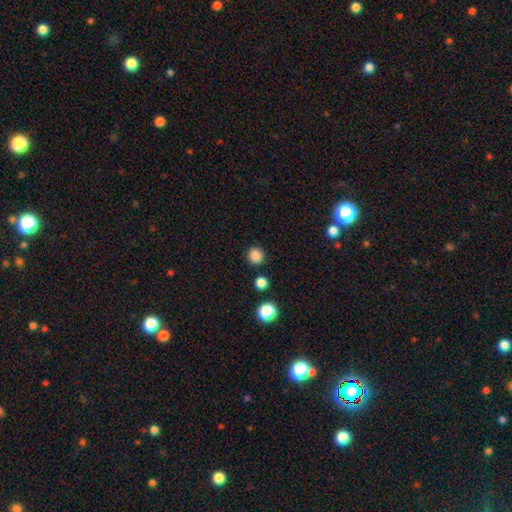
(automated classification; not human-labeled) smooth 85%, star or artifact 12%, featured or disk 3%. Down the decision tree: how rounded — round (94%); merging — none (89%).